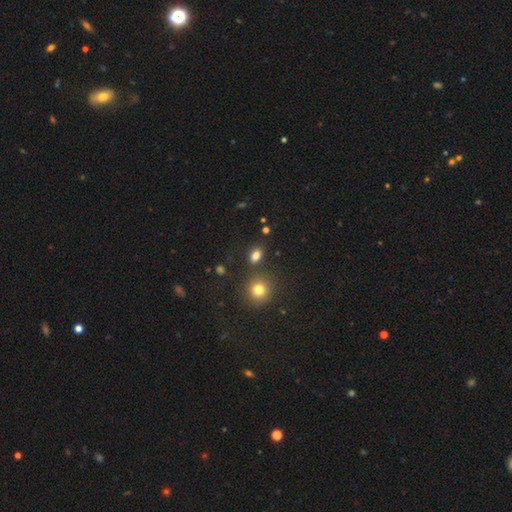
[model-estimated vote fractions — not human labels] A smooth galaxy with no disk features (80%) that is in between round and cigar-shaped (71%). Merging: none (79%).